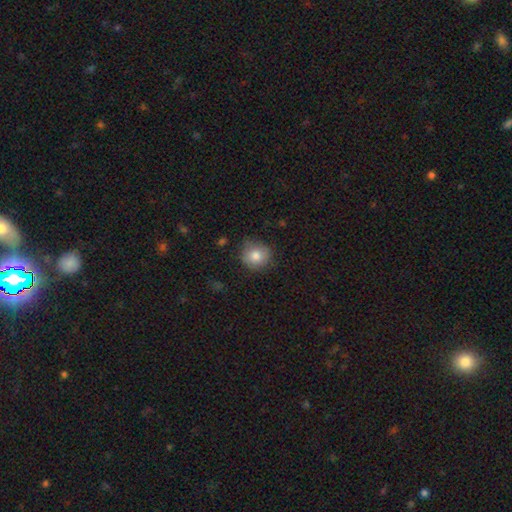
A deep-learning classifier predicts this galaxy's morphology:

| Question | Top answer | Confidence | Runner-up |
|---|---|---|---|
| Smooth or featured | smooth | 82% | featured or disk (9%) |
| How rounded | round | 86% | in between (13%) |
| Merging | none | 76% | minor disturbance (19%) |